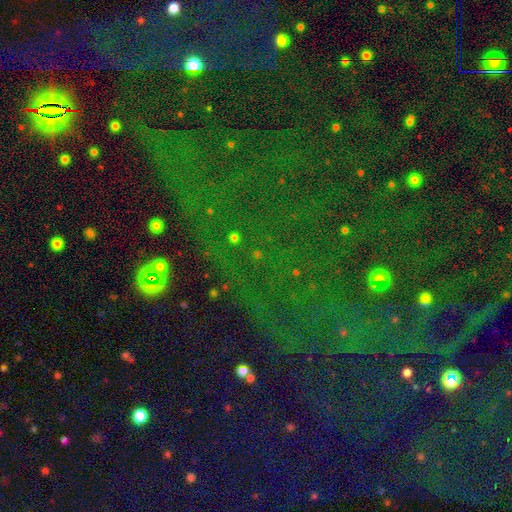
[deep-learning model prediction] This is clearly a star or artifact rather than a galaxy (82%).